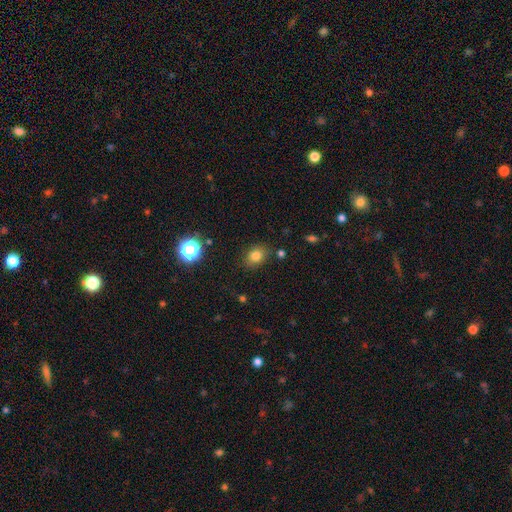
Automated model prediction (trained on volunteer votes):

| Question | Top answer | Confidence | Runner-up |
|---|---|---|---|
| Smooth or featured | smooth | 79% | star or artifact (14%) |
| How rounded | in between | 50% | round (49%) |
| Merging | none | 81% | minor disturbance (13%) |